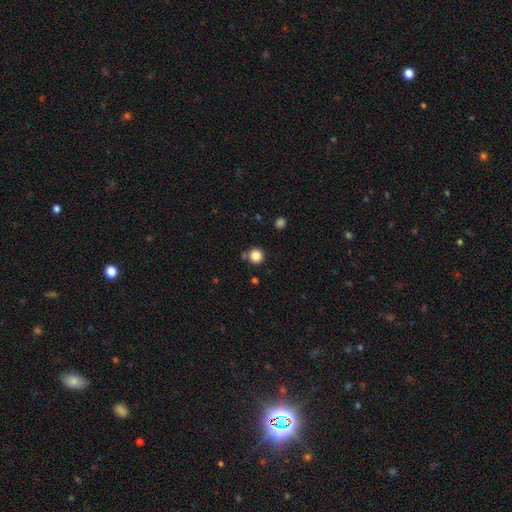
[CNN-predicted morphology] smooth 85%, star or artifact 11%, featured or disk 4%. Down the decision tree: how rounded — round (95%); merging — none (83%).